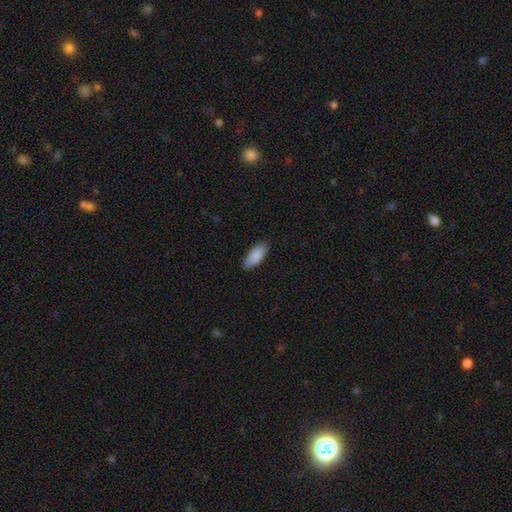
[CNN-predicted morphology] Smooth or featured? smooth (89%)
How rounded? in between (83%)
Merging? none (84%)